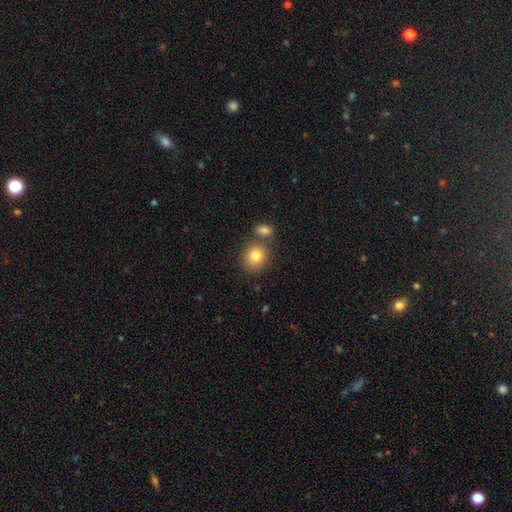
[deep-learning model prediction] This appears to be a smooth galaxy with no disk features (82%) that is round (75%). Merging: none (65%).